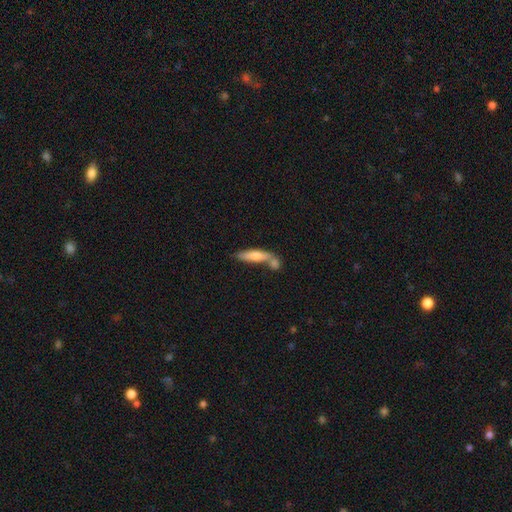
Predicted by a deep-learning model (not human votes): This appears to be a smooth galaxy with no disk features (70%) that is cigar-shaped (70%). Merging: none (41%).